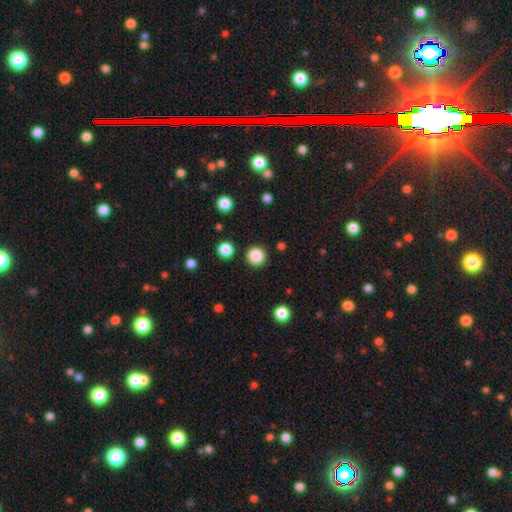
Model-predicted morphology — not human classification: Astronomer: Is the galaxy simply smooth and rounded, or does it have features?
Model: smooth — 86%.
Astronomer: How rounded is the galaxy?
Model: round — 95%.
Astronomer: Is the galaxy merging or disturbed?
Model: none — 91%.